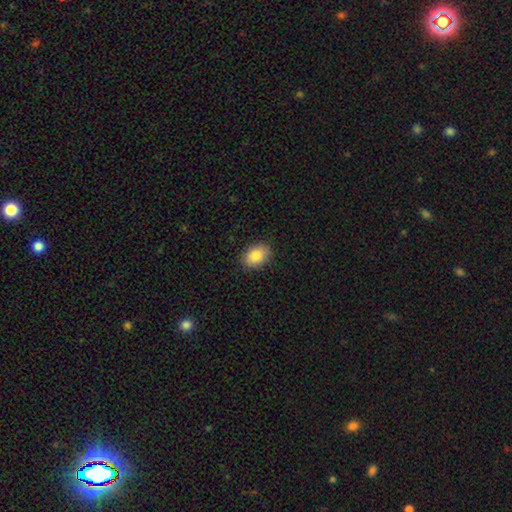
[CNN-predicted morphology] A smooth galaxy with no disk features (86%) that is in between round and cigar-shaped (80%). Merging: none (88%).